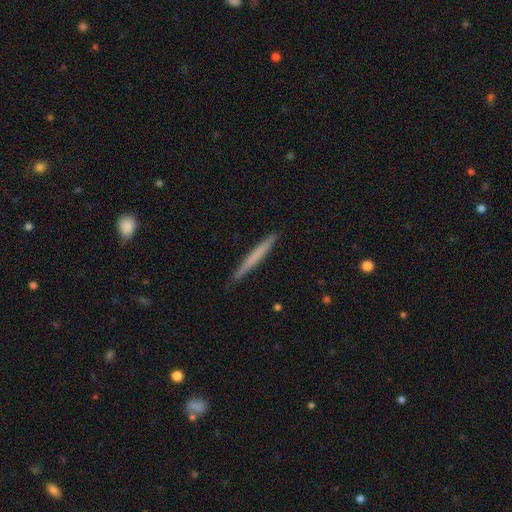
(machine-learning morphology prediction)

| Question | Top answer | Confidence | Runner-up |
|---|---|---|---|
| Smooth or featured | smooth | 60% | featured or disk (35%) |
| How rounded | cigar-shaped | 97% | in between (2%) |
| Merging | none | 90% | minor disturbance (8%) |